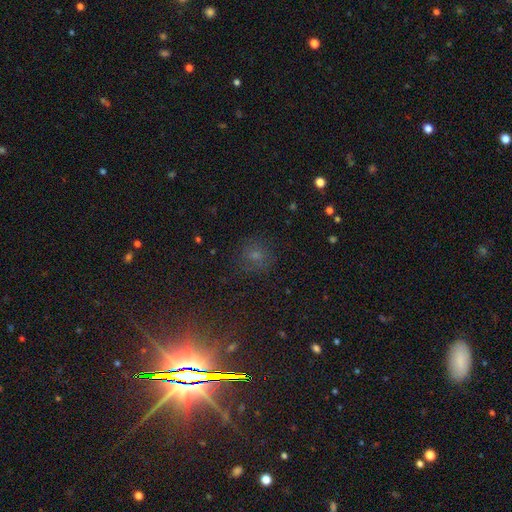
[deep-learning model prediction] A smooth galaxy with no disk features (52%) that is round (82%).

Vote fractions:
- Smooth or featured? smooth: 52% / star or artifact: 33% / featured or disk: 15%
- How rounded? round: 82% / in between: 17% / cigar-shaped: 1%
- Merging? none: 77% / minor disturbance: 14% / major disturbance: 7% / merger: 2%